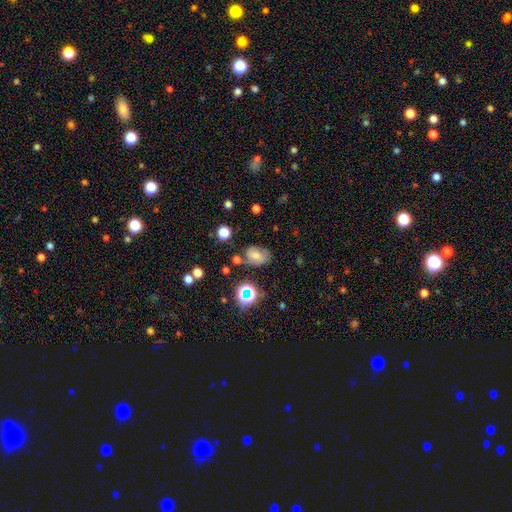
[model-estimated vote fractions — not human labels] Overall: smooth (54%; featured or disk 27%). How rounded: in between (74%). Merging: none (59%; minor disturbance 24%).